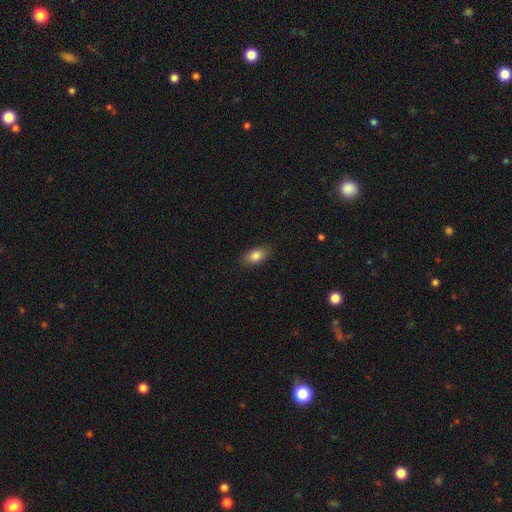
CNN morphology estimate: A smooth galaxy with no disk features (84%) that is in between round and cigar-shaped (88%).

Vote fractions:
- Smooth or featured? smooth: 84% / featured or disk: 8% / star or artifact: 8%
- How rounded? in between: 88% / round: 8% / cigar-shaped: 4%
- Merging? none: 85% / minor disturbance: 11% / major disturbance: 3% / merger: 1%